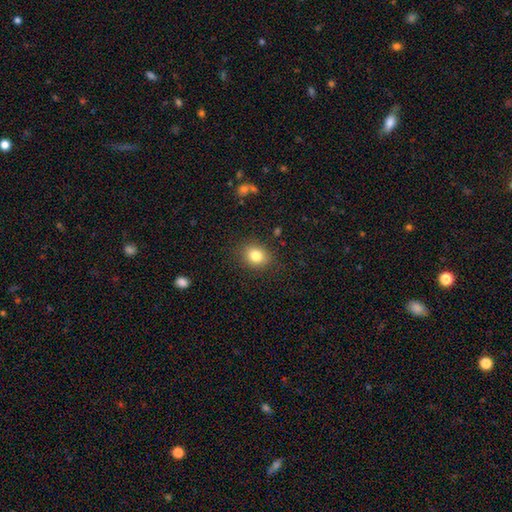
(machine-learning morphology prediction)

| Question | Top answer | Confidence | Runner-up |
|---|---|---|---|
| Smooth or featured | smooth | 82% | star or artifact (11%) |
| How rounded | round | 61% | in between (39%) |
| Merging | none | 87% | minor disturbance (9%) |